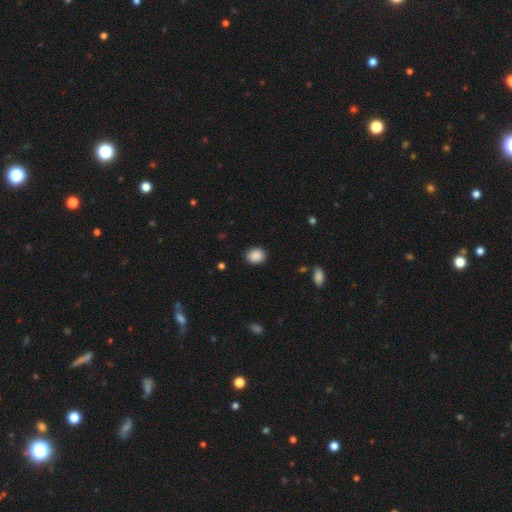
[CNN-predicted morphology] smooth-or-featured: smooth: 89% | star or artifact: 8% | featured or disk: 3%
  how-rounded: round: 63% | in between: 37% | cigar-shaped: 1%
  merging: none: 89% | minor disturbance: 8% | major disturbance: 2% | merger: 1%